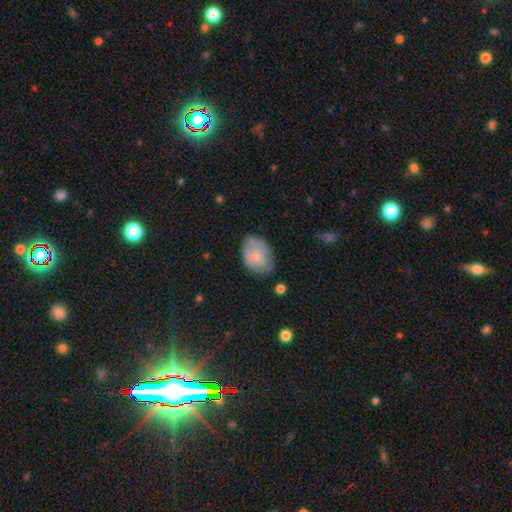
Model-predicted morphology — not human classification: smooth 61%, featured or disk 32%, star or artifact 7%. Down the decision tree: how rounded — in between (82%); merging — none (63%).